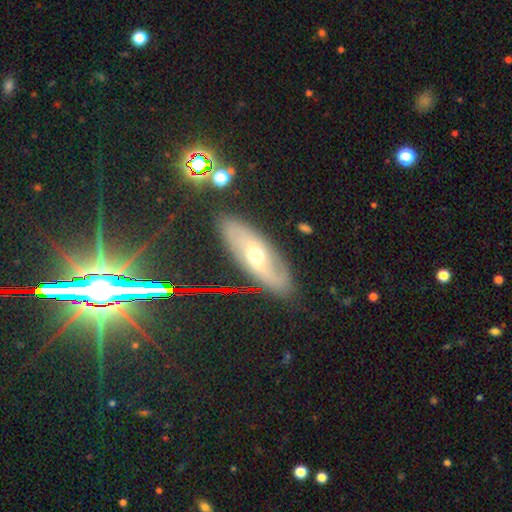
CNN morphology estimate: Smooth or featured? Predicted: featured or disk (p=0.60). Edge-on disk? Predicted: no (p=0.75). Merging? Predicted: none (p=0.83).